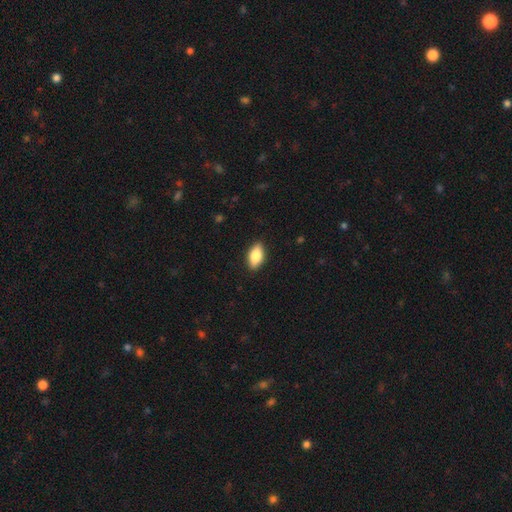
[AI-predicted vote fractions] Smooth or featured? Predicted: smooth (p=0.79). How rounded? Predicted: in between (p=0.89). Merging? Predicted: none (p=0.88).